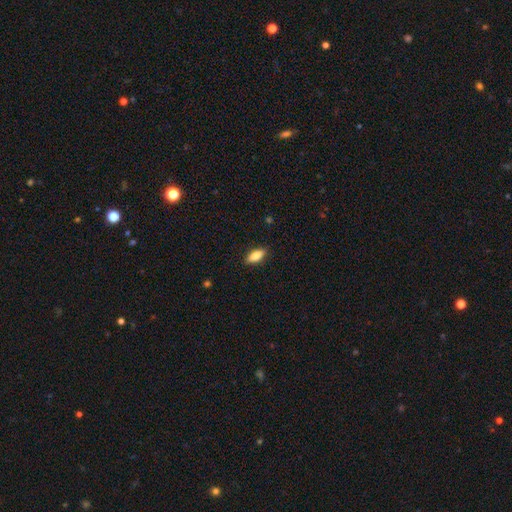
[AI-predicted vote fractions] The model was most divided on "how rounded": in between: 77%, cigar-shaped: 20%, round: 3%. More confident: merging — none (88%); smooth or featured — smooth (79%).